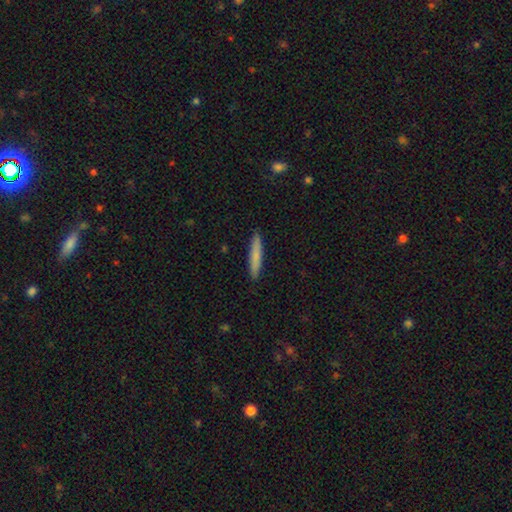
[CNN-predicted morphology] Q: Smooth or featured?
A: smooth (76%); runner-up: featured or disk (18%)
Q: How rounded?
A: cigar-shaped (93%); runner-up: in between (5%)
Q: Merging?
A: none (91%); runner-up: minor disturbance (7%)